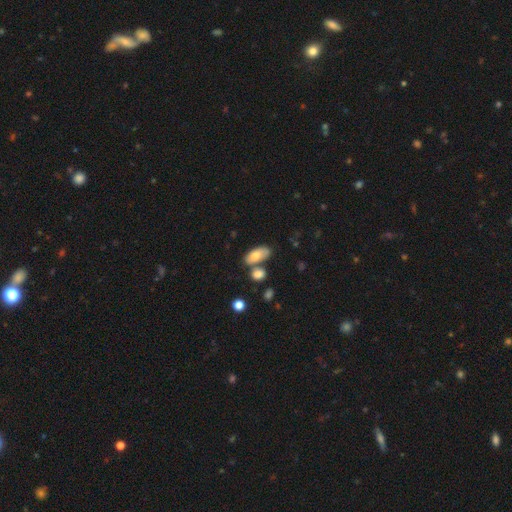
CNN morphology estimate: Smooth or featured? smooth (76%)
How rounded? in between (89%)
Merging? none (58%)